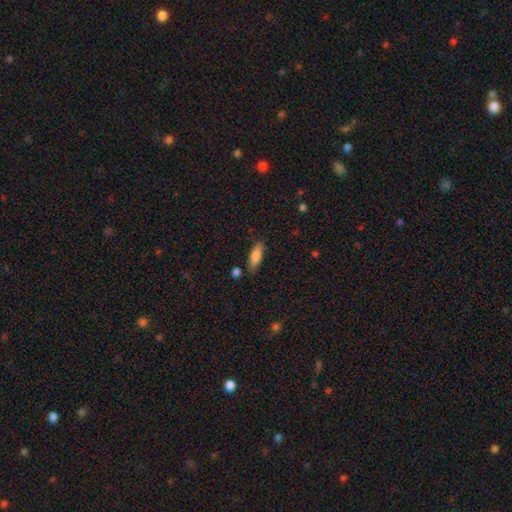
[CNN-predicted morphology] smooth 78%, featured or disk 16%, star or artifact 7%. Down the decision tree: how rounded — in between (53%); merging — none (80%).